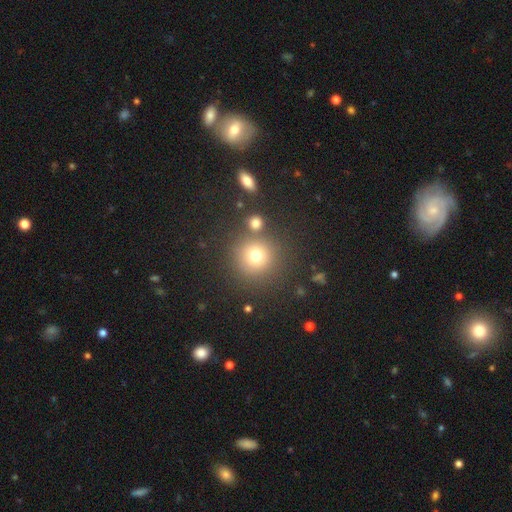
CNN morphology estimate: A smooth galaxy with no disk features (74%) that is round (93%). Merging: none (78%).